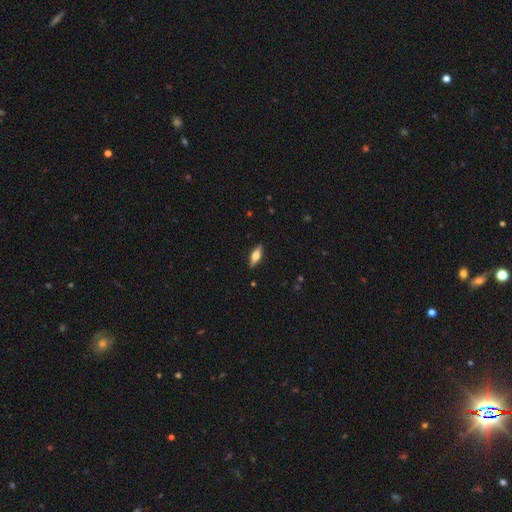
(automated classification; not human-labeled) A smooth galaxy with no disk features (49%).

Vote fractions:
- Smooth or featured? smooth: 49% / featured or disk: 45% / star or artifact: 6%
- Merging? none: 89% / minor disturbance: 9% / major disturbance: 2% / merger: 1%